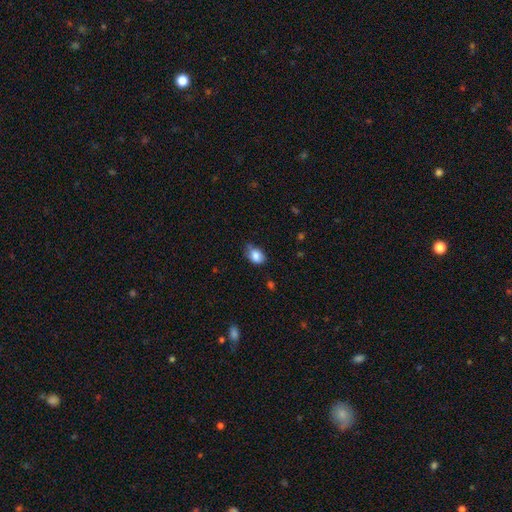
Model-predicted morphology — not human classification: type=smooth (83%); roundness=in between (75%); merging=none (50%).